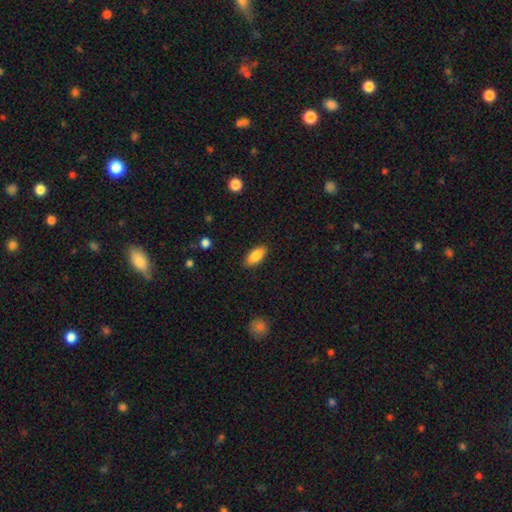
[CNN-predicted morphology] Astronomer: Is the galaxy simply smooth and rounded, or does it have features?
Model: smooth — 85%.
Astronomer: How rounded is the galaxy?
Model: in between — 86%.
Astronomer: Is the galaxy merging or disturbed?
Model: none — 88%.